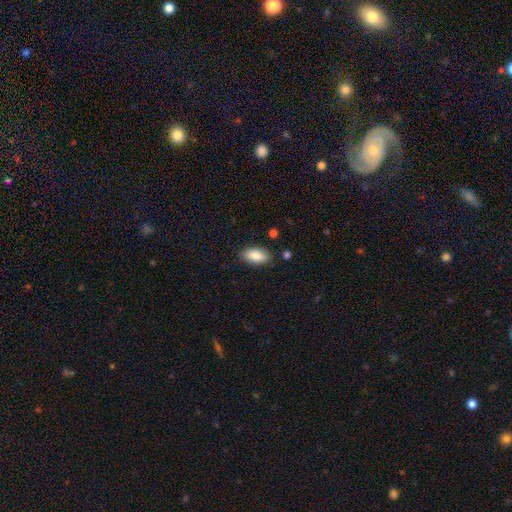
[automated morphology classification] Smooth or featured?
  - smooth: 87% *
  - star or artifact: 7%
  - featured or disk: 6%
How rounded?
  - in between: 93% *
  - cigar-shaped: 4%
  - round: 3%
Merging?
  - none: 85% *
  - minor disturbance: 11%
  - major disturbance: 2%
  - merger: 2%